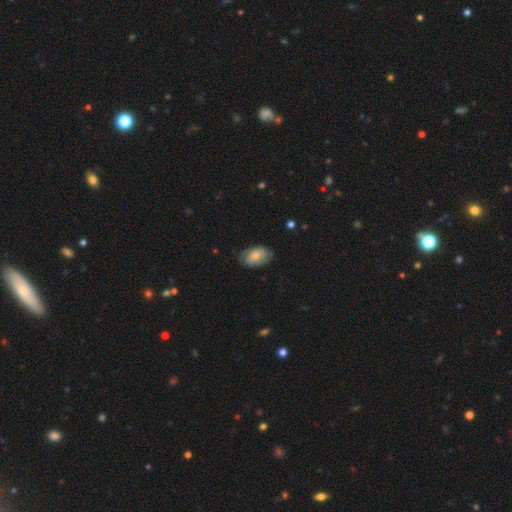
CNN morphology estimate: Smooth or featured? smooth (67%)
How rounded? in between (92%)
Merging? none (71%)